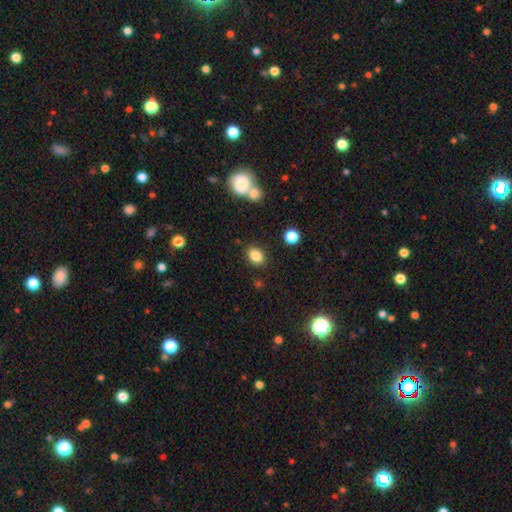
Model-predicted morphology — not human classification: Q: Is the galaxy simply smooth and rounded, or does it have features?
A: smooth — 84%.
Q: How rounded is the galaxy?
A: in between — 76%.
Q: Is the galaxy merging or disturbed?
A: none — 84%.